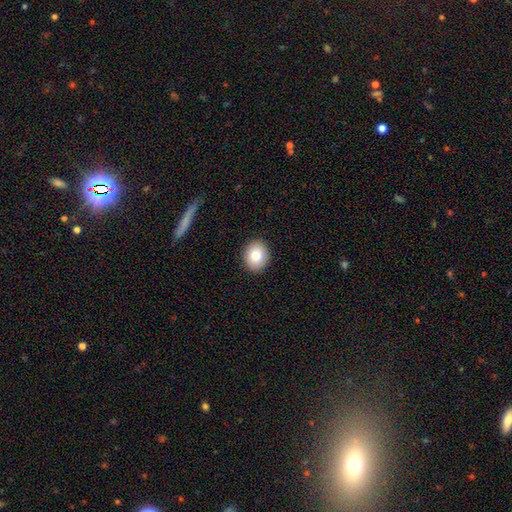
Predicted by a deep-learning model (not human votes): The model was most divided on "how rounded": round: 65%, in between: 34%, cigar-shaped: 1%. More confident: merging — none (91%); smooth or featured — smooth (82%).